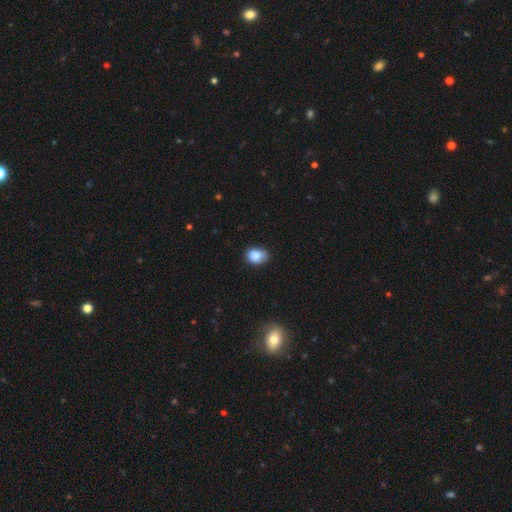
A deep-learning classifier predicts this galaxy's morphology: This is clearly a smooth galaxy (84%). How rounded: likely in between (67%). Merging: likely none (73%).